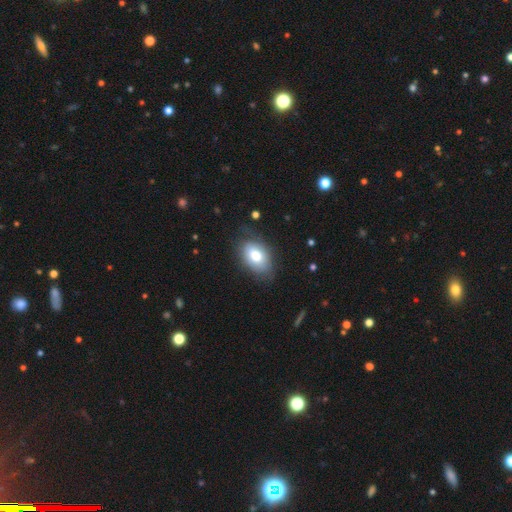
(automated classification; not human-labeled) A smooth galaxy with no disk features (75%) that is in between round and cigar-shaped (88%). Merging: none (72%).